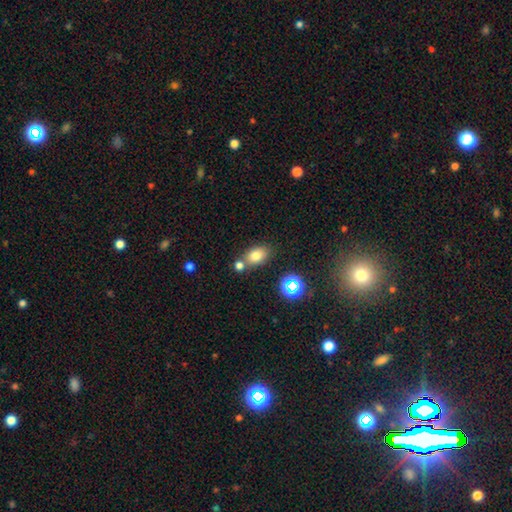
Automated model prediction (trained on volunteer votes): This appears to be a smooth galaxy with no disk features (77%) that is in between round and cigar-shaped (77%). Merging: none (62%).